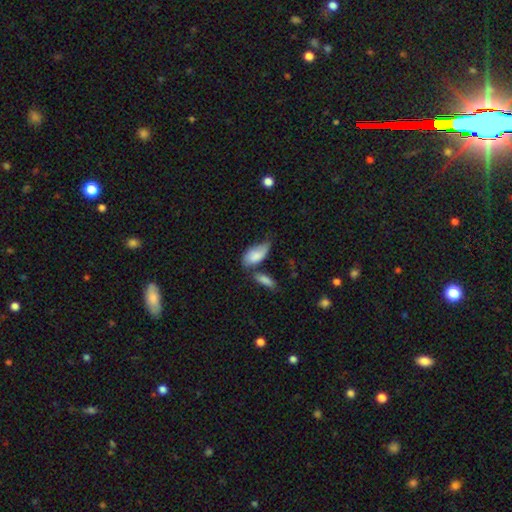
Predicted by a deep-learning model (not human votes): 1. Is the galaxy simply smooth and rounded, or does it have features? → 80% smooth, 14% featured or disk, 6% star or artifact.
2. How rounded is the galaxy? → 91% in between, 6% cigar-shaped, 3% round.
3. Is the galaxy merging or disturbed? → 31% none, 29% minor disturbance, 26% merger, 13% major disturbance.